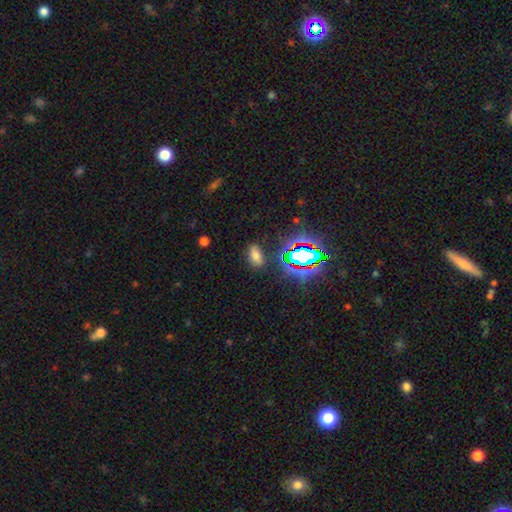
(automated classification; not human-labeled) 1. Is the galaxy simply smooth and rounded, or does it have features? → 63% smooth, 28% star or artifact, 9% featured or disk.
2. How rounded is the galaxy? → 88% in between, 7% round, 5% cigar-shaped.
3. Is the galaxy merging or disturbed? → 82% none, 12% minor disturbance, 4% major disturbance, 3% merger.